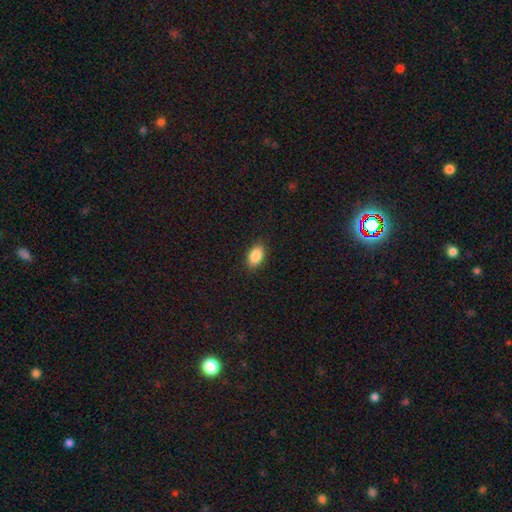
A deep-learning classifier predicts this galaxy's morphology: Overall: smooth (88%). How rounded: in between (91%). Merging: none (88%).